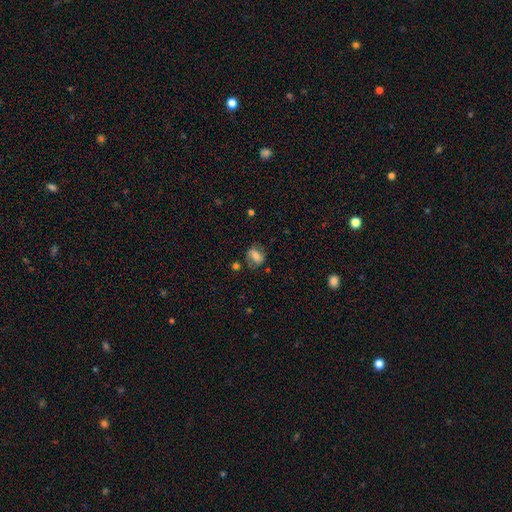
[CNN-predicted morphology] The model was most divided on "smooth or featured": smooth: 60%, featured or disk: 30%, star or artifact: 10%. More confident: how rounded — in between (64%); merging — none (64%).